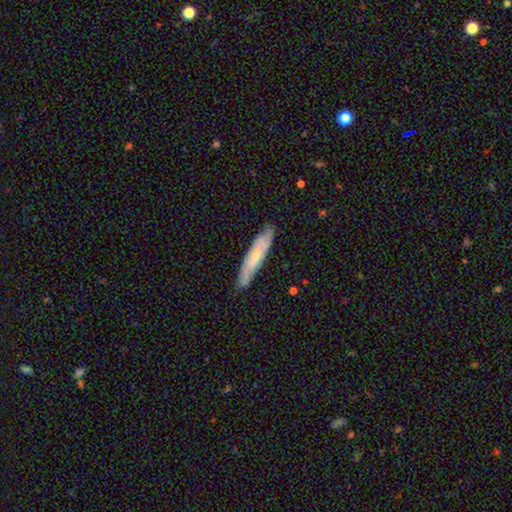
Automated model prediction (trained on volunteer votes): Q: Smooth or featured?
A: smooth (53%); runner-up: featured or disk (42%)
Q: How rounded?
A: cigar-shaped (87%); runner-up: in between (12%)
Q: Merging?
A: none (84%); runner-up: minor disturbance (13%)